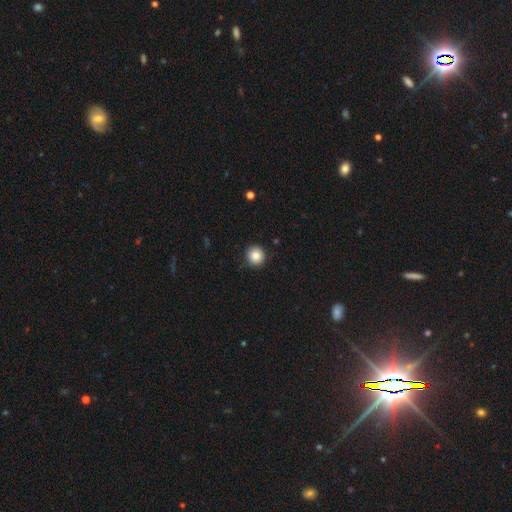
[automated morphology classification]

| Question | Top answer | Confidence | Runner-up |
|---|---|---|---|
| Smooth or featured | smooth | 85% | star or artifact (10%) |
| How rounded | round | 94% | in between (5%) |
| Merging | none | 88% | minor disturbance (9%) |